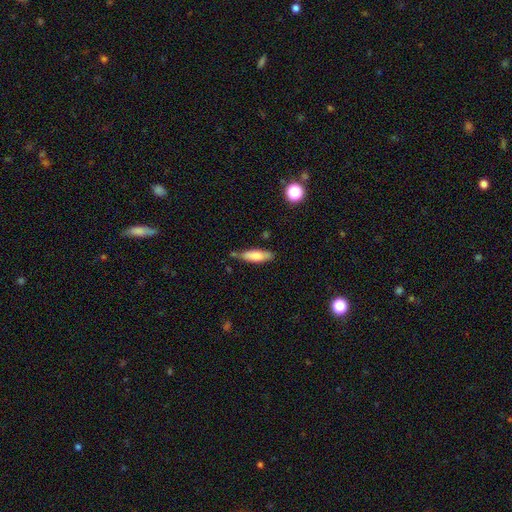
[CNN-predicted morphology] A smooth galaxy with no disk features (76%) that is cigar-shaped (52%). Merging: none (68%).